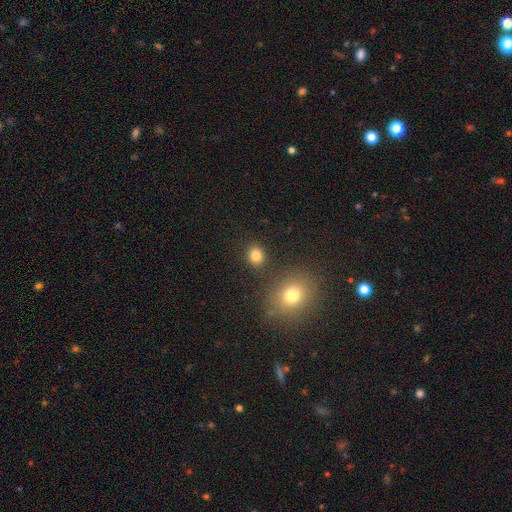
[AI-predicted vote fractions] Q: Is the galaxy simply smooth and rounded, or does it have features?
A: smooth — 83%.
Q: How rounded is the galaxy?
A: round — 67%.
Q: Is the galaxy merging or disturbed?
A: none — 83%.